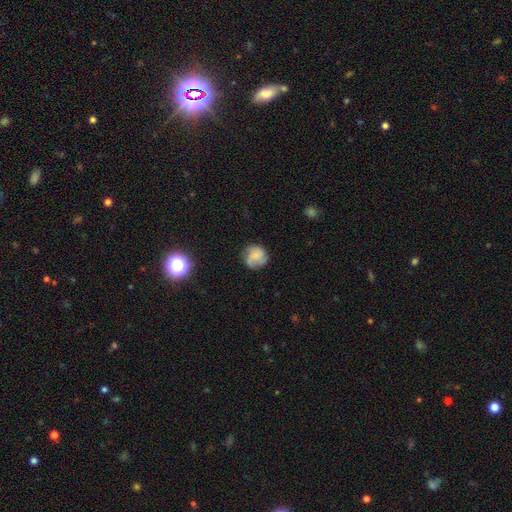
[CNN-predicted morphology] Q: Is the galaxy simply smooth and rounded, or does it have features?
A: smooth — 56%.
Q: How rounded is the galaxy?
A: round — 86%.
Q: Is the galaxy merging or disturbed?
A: none — 67%.